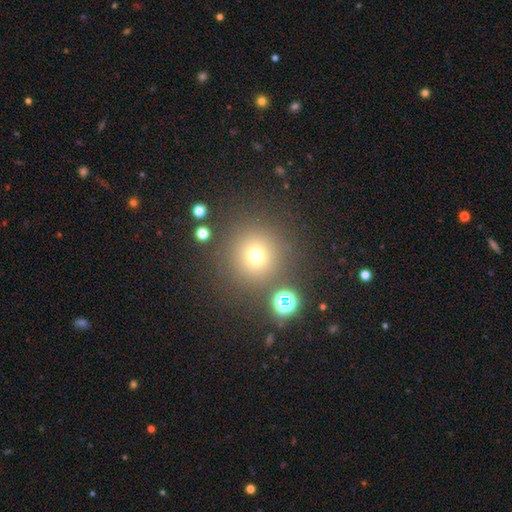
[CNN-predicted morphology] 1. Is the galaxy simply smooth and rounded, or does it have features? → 69% smooth, 21% star or artifact, 10% featured or disk.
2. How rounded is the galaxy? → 95% round, 4% in between, 1% cigar-shaped.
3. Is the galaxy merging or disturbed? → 84% none, 7% minor disturbance, 5% merger, 4% major disturbance.